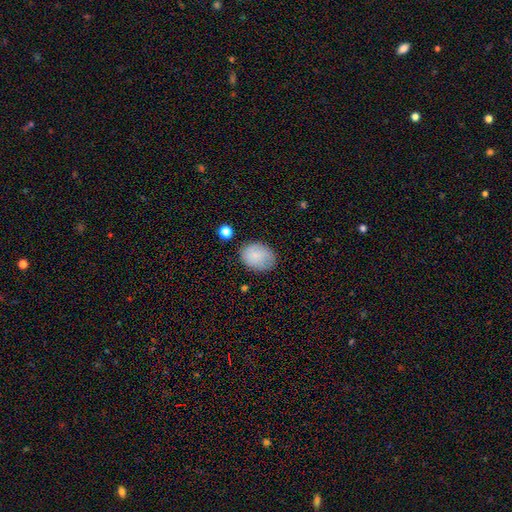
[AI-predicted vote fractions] Morphology: type=smooth (82%); roundness=in between (59%); merging=none (78%).